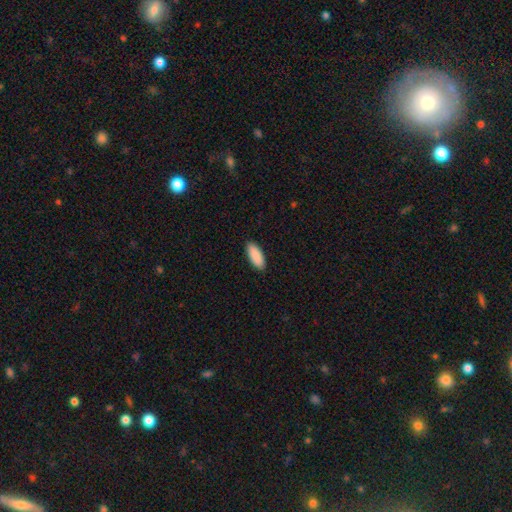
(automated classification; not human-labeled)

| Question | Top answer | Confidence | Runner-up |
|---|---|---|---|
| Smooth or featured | smooth | 91% | star or artifact (5%) |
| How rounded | in between | 79% | cigar-shaped (19%) |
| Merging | none | 91% | minor disturbance (7%) |